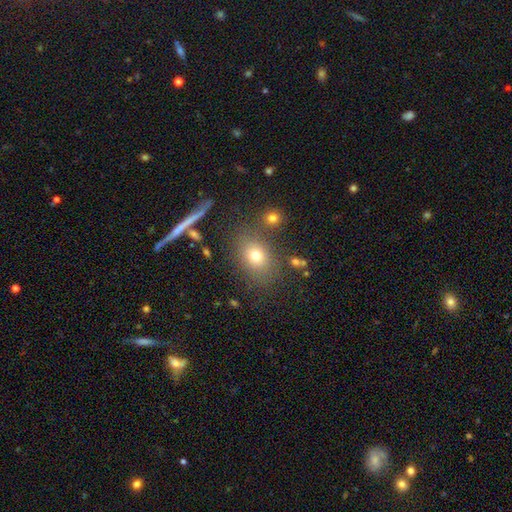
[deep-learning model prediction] smooth 71%, star or artifact 16%, featured or disk 12%. Down the decision tree: how rounded — in between (53%); merging — none (76%).